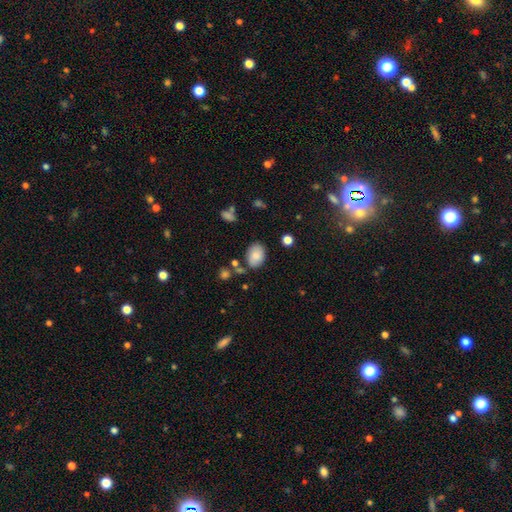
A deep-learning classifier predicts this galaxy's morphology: The model was most divided on "how rounded": in between: 78%, round: 21%, cigar-shaped: 1%. More confident: smooth or featured — smooth (84%); merging — none (76%).